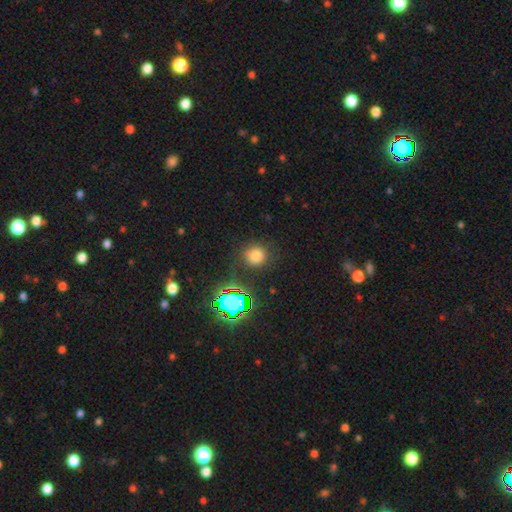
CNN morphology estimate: smooth_or_featured: smooth (p=0.72) [alt: star or artifact p=0.22]
how_rounded: round (p=0.90) [alt: in between p=0.09]
merging: none (p=0.82) [alt: minor disturbance p=0.11]